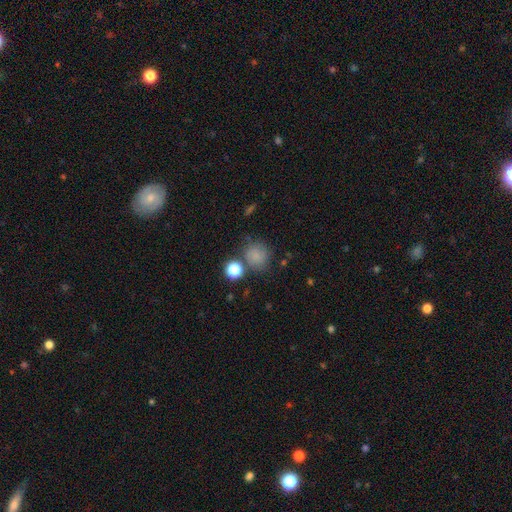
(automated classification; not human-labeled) Smooth or featured: smooth — 78% (star or artifact — 15%)
How rounded: round — 88% (in between — 11%)
Merging: none — 69% (minor disturbance — 14%)